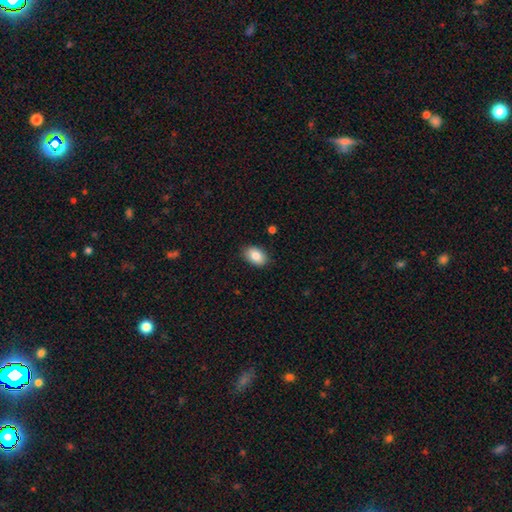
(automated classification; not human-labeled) Smooth or featured?
  - smooth: 85% *
  - featured or disk: 8%
  - star or artifact: 7%
How rounded?
  - in between: 89% *
  - round: 10%
  - cigar-shaped: 1%
Merging?
  - none: 87% *
  - minor disturbance: 10%
  - major disturbance: 2%
  - merger: 1%